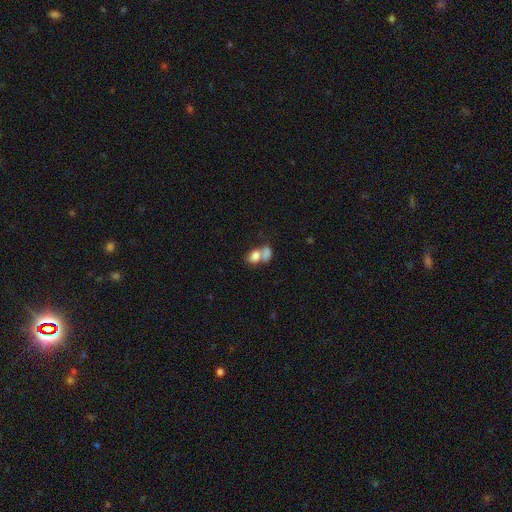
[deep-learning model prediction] Smooth or featured? Predicted: smooth (p=0.76). How rounded? Predicted: in between (p=0.74). Merging? Predicted: merger (p=0.64).